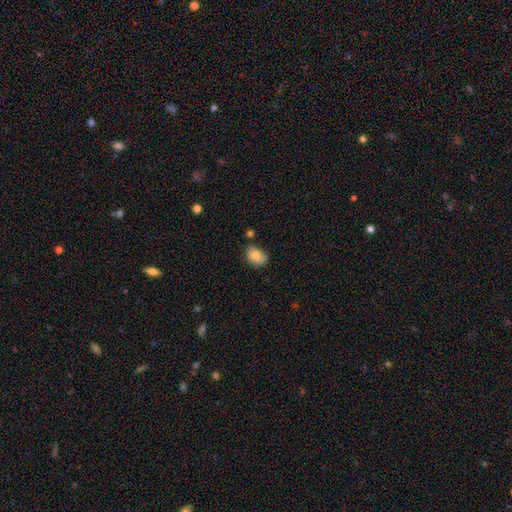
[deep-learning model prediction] Smooth or featured: smooth — 80% (featured or disk — 11%)
How rounded: in between — 74% (round — 25%)
Merging: none — 61% (minor disturbance — 29%)